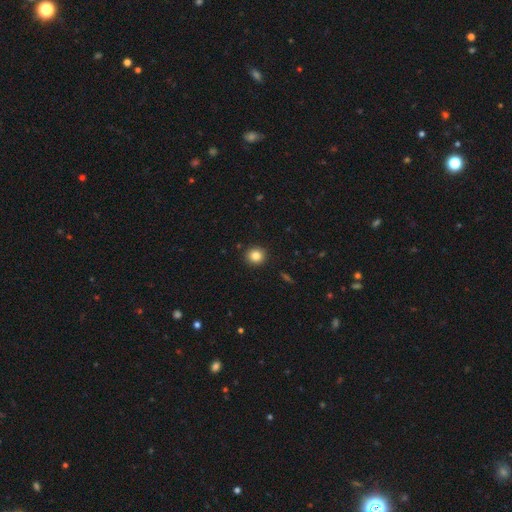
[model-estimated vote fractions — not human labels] smooth 84%, star or artifact 10%, featured or disk 5%. Down the decision tree: how rounded — round (91%); merging — none (92%).